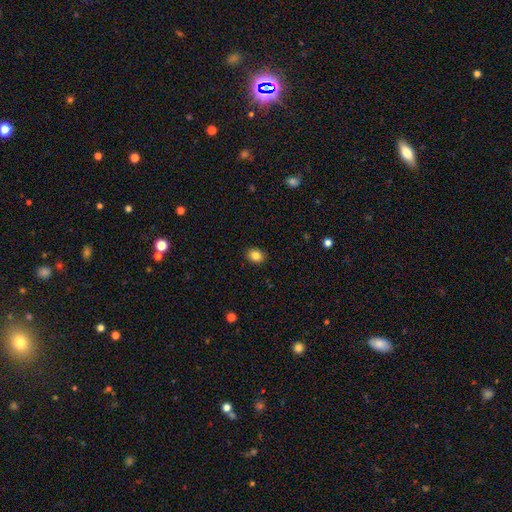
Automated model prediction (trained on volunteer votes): This appears to be a smooth galaxy with no disk features (84%) that is round (58%). Merging: none (91%).